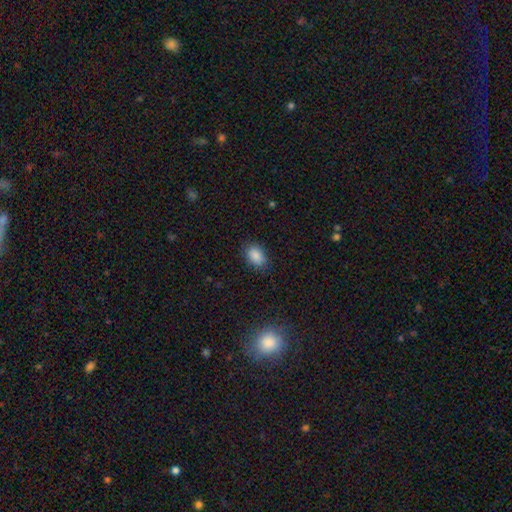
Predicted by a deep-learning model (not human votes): smooth 87%, star or artifact 9%, featured or disk 4%. Down the decision tree: how rounded — in between (85%); merging — none (83%).